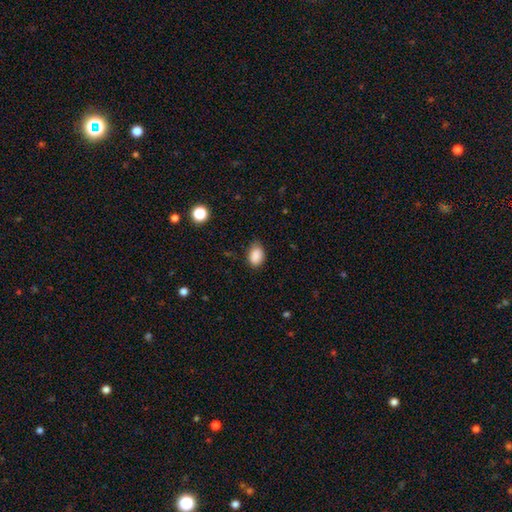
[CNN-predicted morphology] This appears to be a smooth galaxy with no disk features (88%) that is in between round and cigar-shaped (82%). Merging: none (75%).